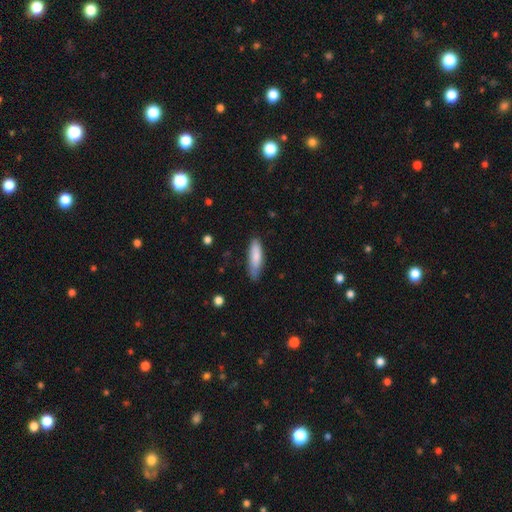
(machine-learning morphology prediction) The model was most divided on "how rounded": cigar-shaped: 57%, in between: 42%, round: 1%. More confident: smooth or featured — smooth (83%); merging — none (74%).